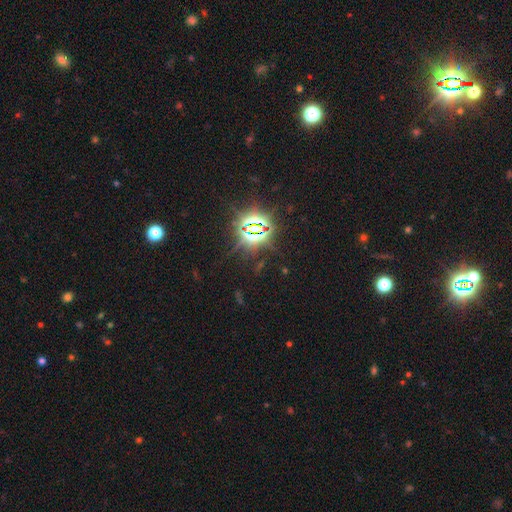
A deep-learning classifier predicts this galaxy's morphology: star or artifact 83%, smooth 10%, featured or disk 6%.